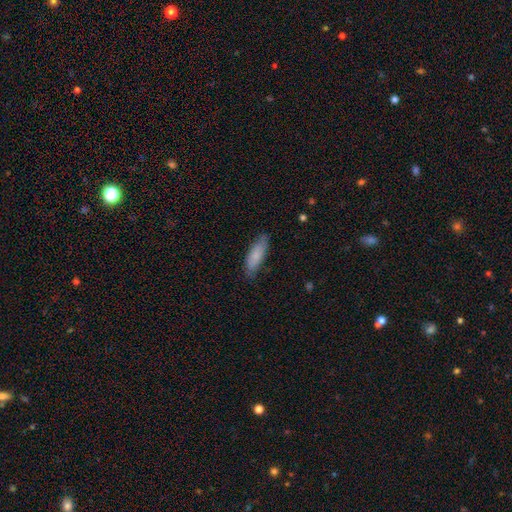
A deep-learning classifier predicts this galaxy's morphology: A smooth galaxy with no disk features (80%) that is in between round and cigar-shaped (56%).

Vote fractions:
- Smooth or featured? smooth: 80% / featured or disk: 14% / star or artifact: 6%
- How rounded? in between: 56% / cigar-shaped: 42% / round: 2%
- Merging? none: 77% / minor disturbance: 18% / major disturbance: 3% / merger: 1%